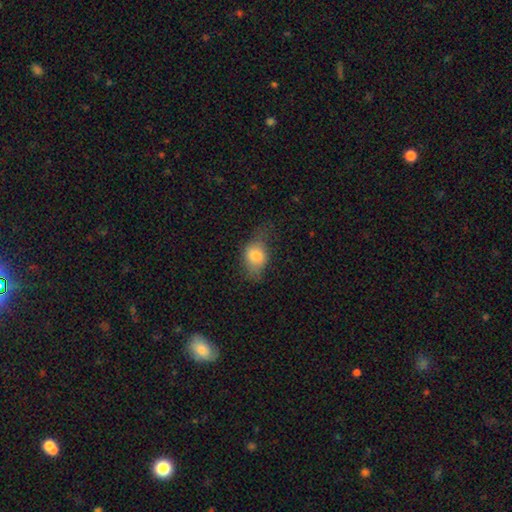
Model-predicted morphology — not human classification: smooth 77%, featured or disk 15%, star or artifact 8%. Down the decision tree: how rounded — in between (72%); merging — none (52%).